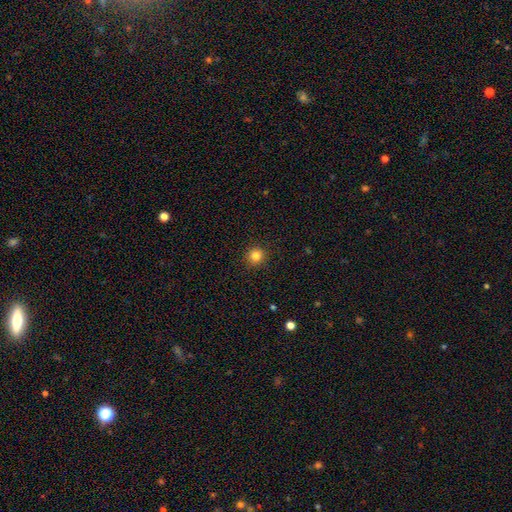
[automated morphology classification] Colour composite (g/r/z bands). It shows a smooth galaxy with no disk features (82%) that is round (94%). Merging: none (92%).